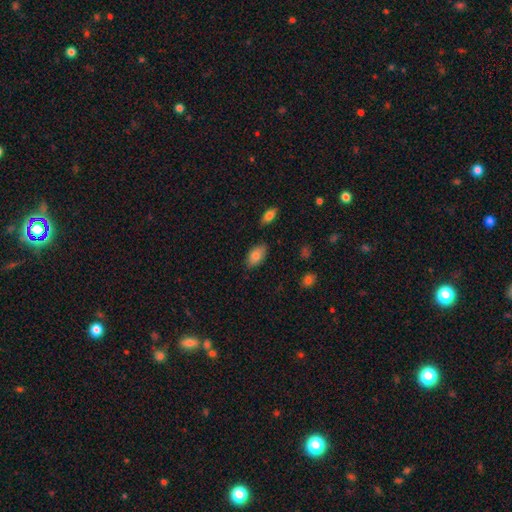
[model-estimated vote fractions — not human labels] smooth 82%, featured or disk 11%, star or artifact 7%. Down the decision tree: how rounded — in between (93%); merging — none (81%).